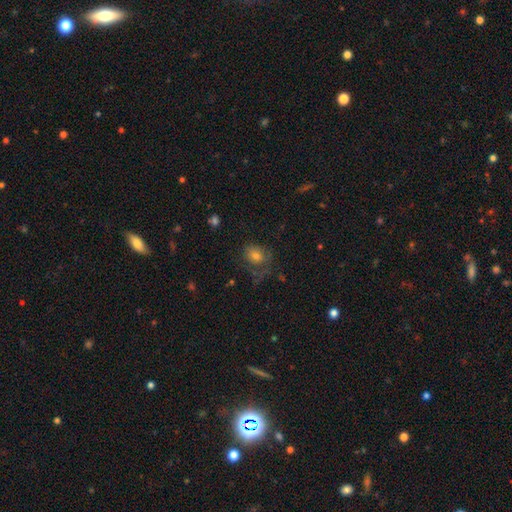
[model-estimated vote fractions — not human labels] Overall: smooth (56%; featured or disk 27%). How rounded: in between (50%; round 49%). Merging: none (52%; major disturbance 25%).